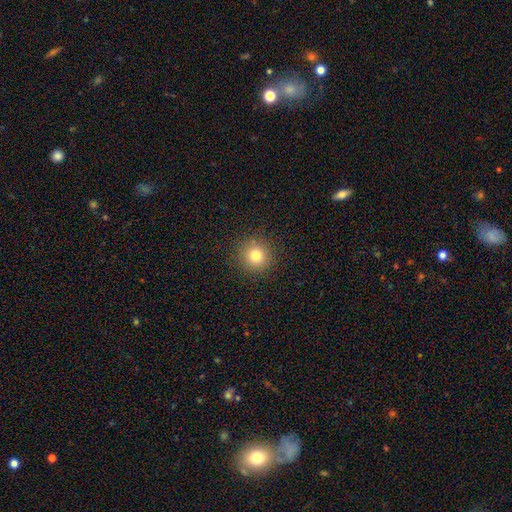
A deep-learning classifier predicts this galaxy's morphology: Smooth or featured? Predicted: smooth (p=0.79). How rounded? Predicted: round (p=0.95). Merging? Predicted: none (p=0.91).